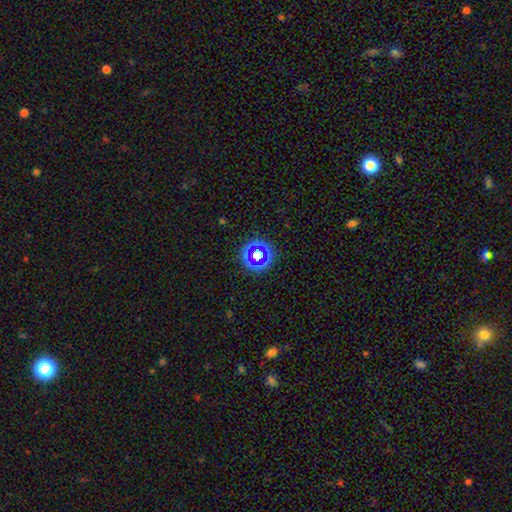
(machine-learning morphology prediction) The model was most divided on "smooth or featured": star or artifact: 48%, smooth: 37%, featured or disk: 14%.